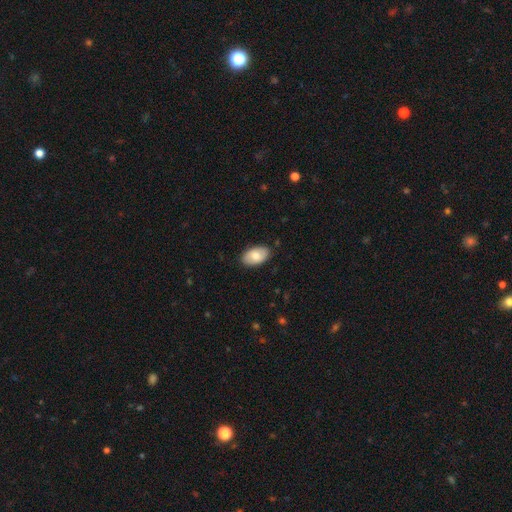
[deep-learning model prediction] This is likely a smooth galaxy (78%). How rounded: clearly in between (95%). Merging: clearly none (85%).